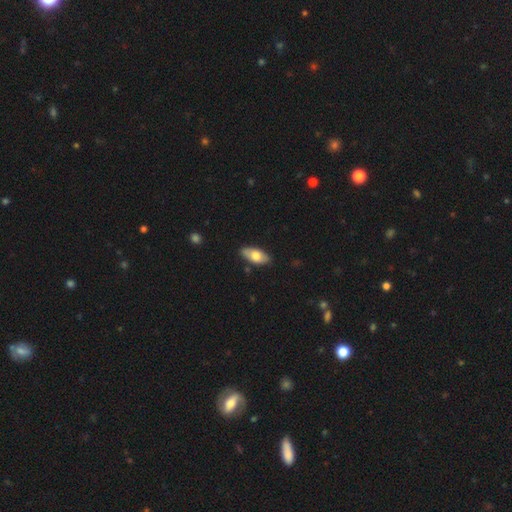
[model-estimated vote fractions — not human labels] This is likely a smooth galaxy (70%). How rounded: clearly in between (90%). Merging: clearly none (85%).